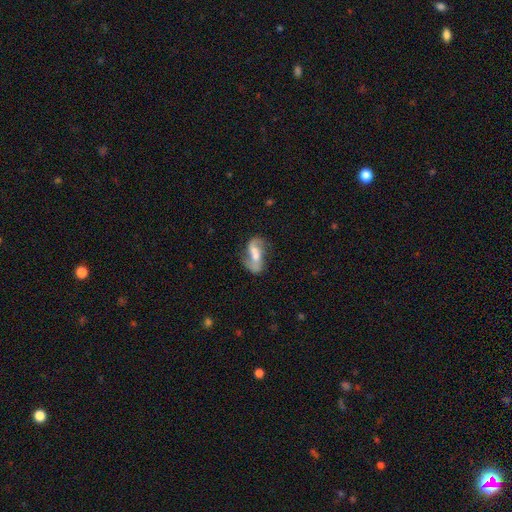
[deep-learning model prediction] Smooth or featured: featured or disk — 73% (smooth — 20%)
Edge-on disk: no — 95% (yes — 5%)
Bar: weak — 41% (strong — 31%)
Spiral arms: yes — 88% (no — 12%)
Spiral winding: loose — 55% (medium — 34%)
Spiral arm count: 2 — 86% (1 — 6%)
Bulge size: moderate — 43% (small — 30%)
Merging: none — 55% (minor disturbance — 22%)